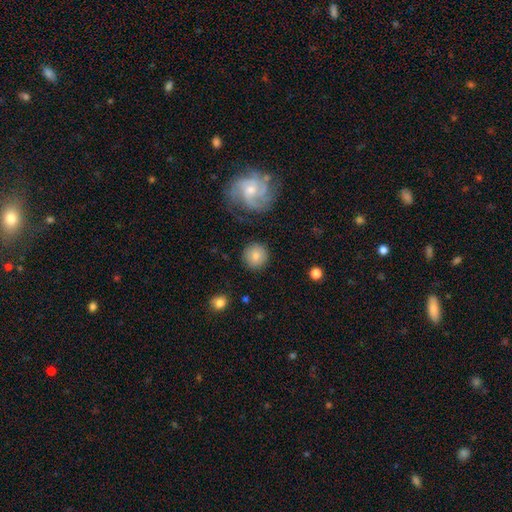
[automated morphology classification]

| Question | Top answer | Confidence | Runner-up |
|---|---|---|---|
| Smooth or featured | smooth | 78% | featured or disk (15%) |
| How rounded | round | 92% | in between (7%) |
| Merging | none | 87% | minor disturbance (8%) |